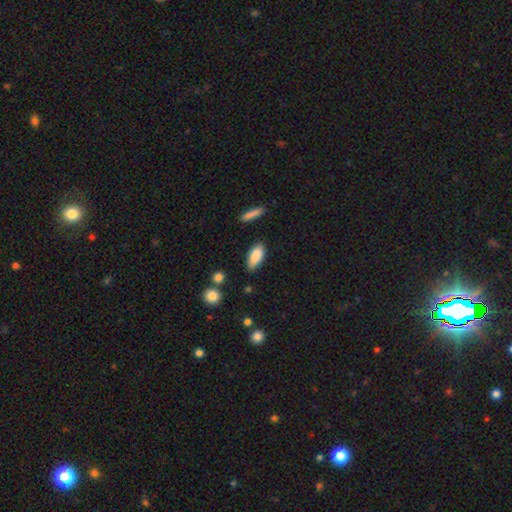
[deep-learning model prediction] Overall: smooth (86%). How rounded: in between (82%). Merging: none (79%).